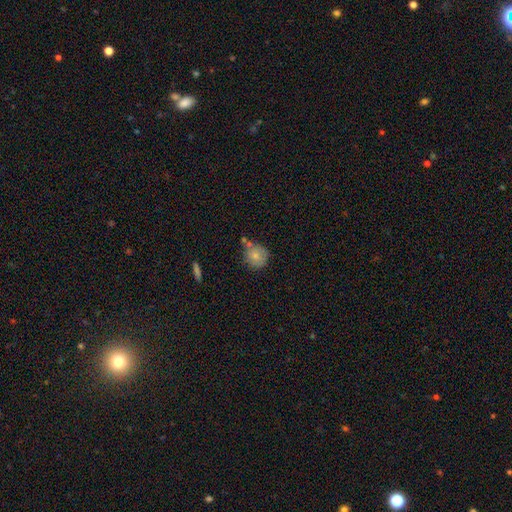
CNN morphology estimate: The model was most divided on "merging": none: 59%, minor disturbance: 21%, merger: 14%, major disturbance: 5%. More confident: how rounded — round (86%); smooth or featured — smooth (76%).